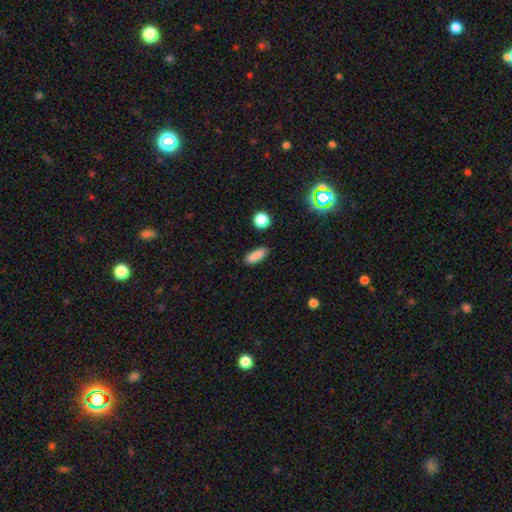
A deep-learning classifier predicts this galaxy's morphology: This appears to be a smooth galaxy with no disk features (86%) that is in between round and cigar-shaped (67%). Merging: none (87%).